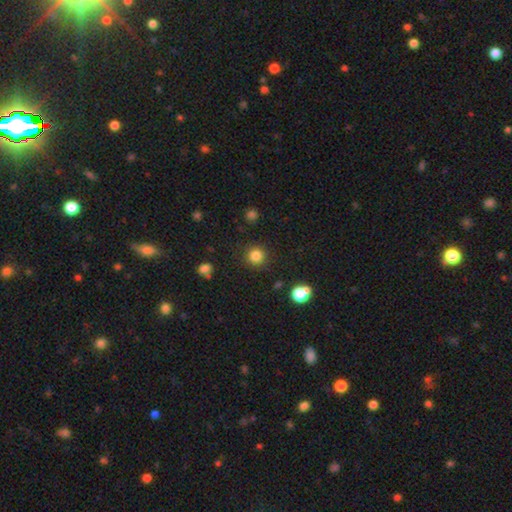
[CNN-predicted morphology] Overall: smooth (83%). How rounded: round (93%). Merging: none (88%).